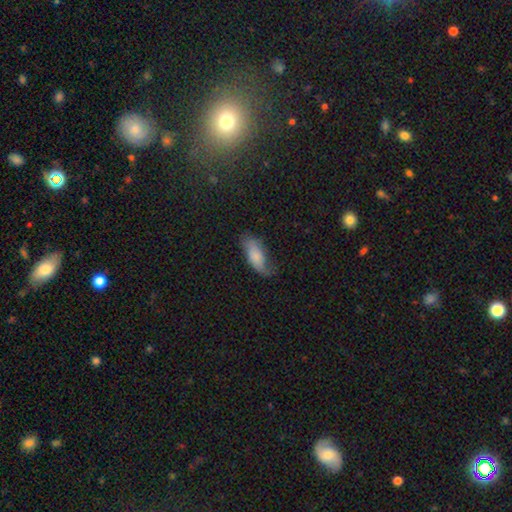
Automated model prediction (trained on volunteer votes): smooth_or_featured: smooth (p=0.71) [alt: featured or disk p=0.21]
how_rounded: in between (p=0.82) [alt: cigar-shaped p=0.15]
merging: none (p=0.48) [alt: minor disturbance p=0.33]